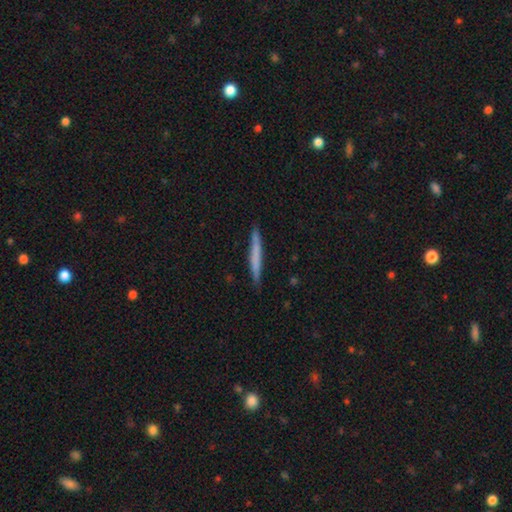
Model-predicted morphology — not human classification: smooth-or-featured: smooth: 59% | featured or disk: 35% | star or artifact: 6%
  how-rounded: cigar-shaped: 96% | in between: 2% | round: 1%
  merging: none: 88% | minor disturbance: 9% | major disturbance: 2% | merger: 1%